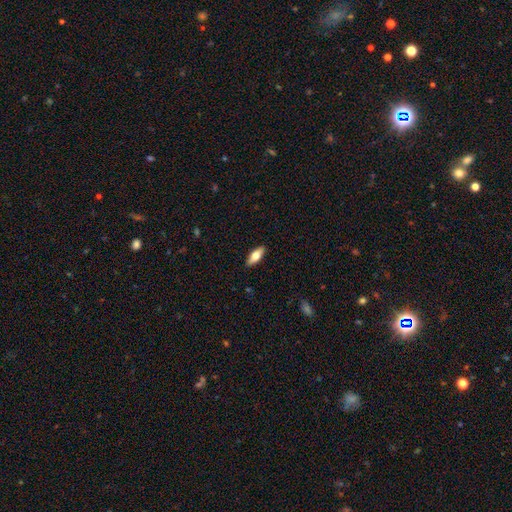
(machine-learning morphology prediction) Smooth or featured: smooth — 63% (featured or disk — 31%)
How rounded: in between — 73% (cigar-shaped — 25%)
Merging: none — 90% (minor disturbance — 8%)